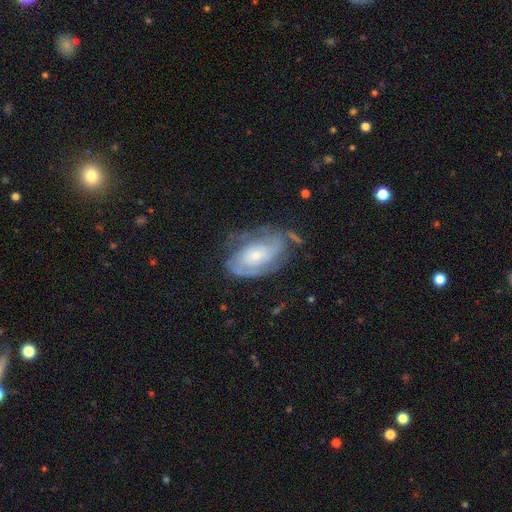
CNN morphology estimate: Smooth or featured: featured or disk — 77% (smooth — 17%)
Edge-on disk: no — 96% (yes — 4%)
Bar: no — 70% (weak — 25%)
Spiral arms: yes — 87% (no — 13%)
Spiral winding: tight — 53% (medium — 35%)
Spiral arm count: 2 — 45% (can't tell — 33%)
Bulge size: small — 56% (moderate — 33%)
Merging: none — 57% (minor disturbance — 25%)